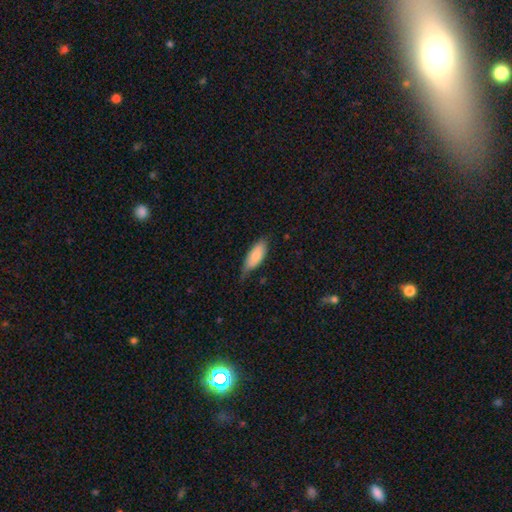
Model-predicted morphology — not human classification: type=smooth (81%); roundness=in between (77%); merging=none (52%).